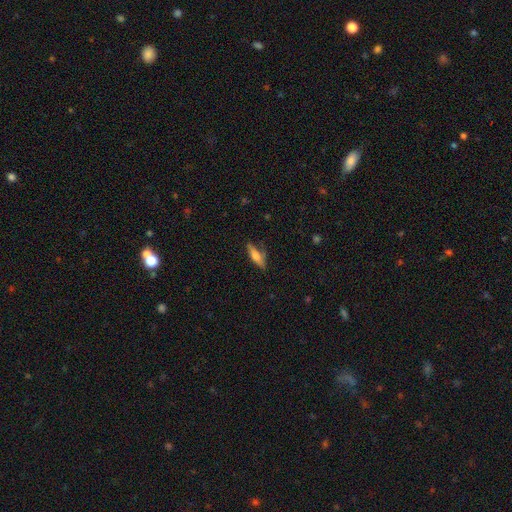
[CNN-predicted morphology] smooth_or_featured: smooth (p=0.57) [alt: featured or disk p=0.36]
how_rounded: cigar-shaped (p=0.57) [alt: in between p=0.41]
merging: none (p=0.65) [alt: minor disturbance p=0.24]